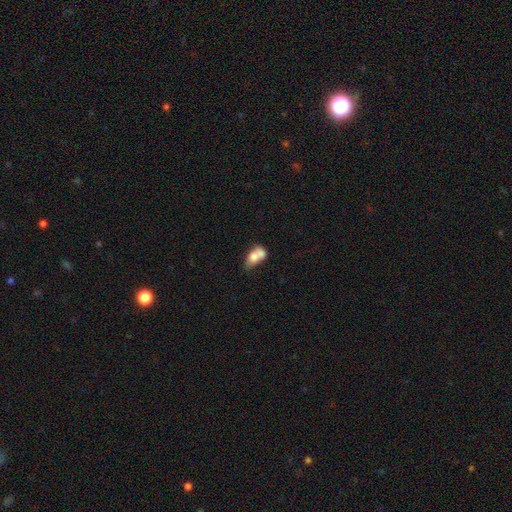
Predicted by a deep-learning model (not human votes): smooth_or_featured: smooth (p=0.67) [alt: featured or disk p=0.25]
how_rounded: in between (p=0.76) [alt: round p=0.21]
merging: merger (p=0.63) [alt: none p=0.18]